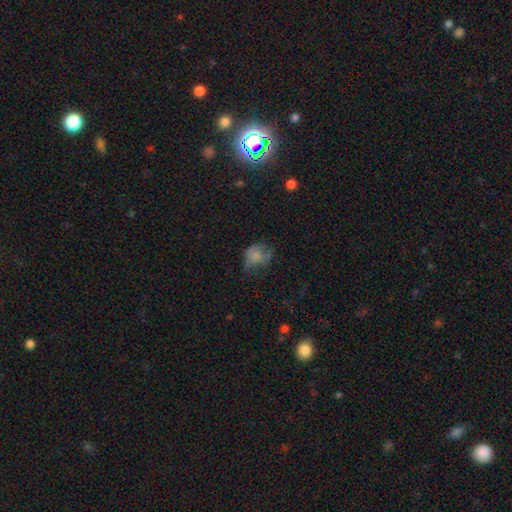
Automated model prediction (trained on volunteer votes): Smooth or featured? smooth (60%)
How rounded? round (56%)
Merging? none (37%)